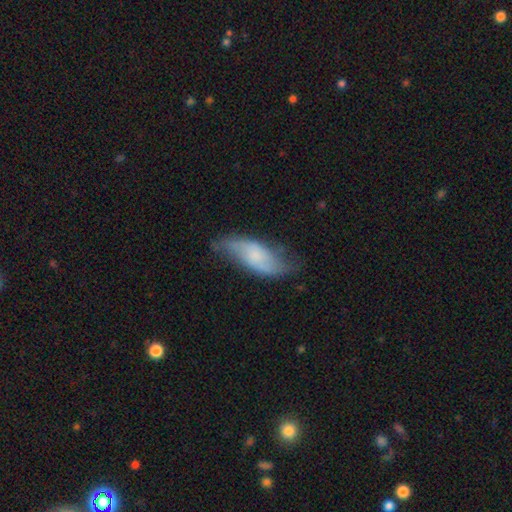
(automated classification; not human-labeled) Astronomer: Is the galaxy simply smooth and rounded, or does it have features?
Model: featured or disk — 51% (runner-up: smooth, 41%).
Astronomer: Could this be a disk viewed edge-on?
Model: no — 87%.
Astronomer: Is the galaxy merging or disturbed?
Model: none — 60%.